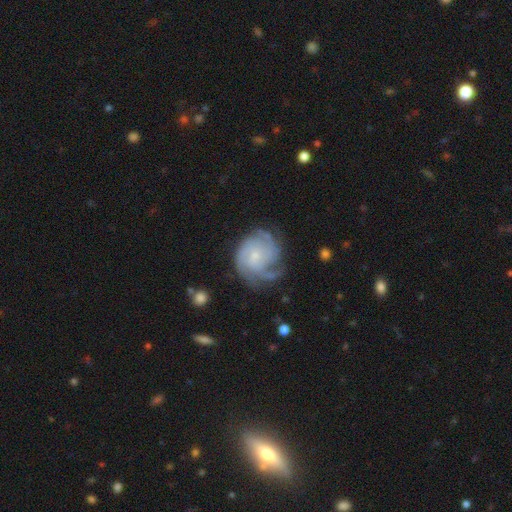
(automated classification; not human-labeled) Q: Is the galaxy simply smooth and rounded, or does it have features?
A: featured or disk — 80%.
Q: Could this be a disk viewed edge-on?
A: no — 98%.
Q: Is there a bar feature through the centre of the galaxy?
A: no — 72%.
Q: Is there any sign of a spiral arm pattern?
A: yes — 95%.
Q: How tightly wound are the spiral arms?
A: tight — 55%.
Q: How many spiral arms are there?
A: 3 — 31%.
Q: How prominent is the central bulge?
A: small — 75%.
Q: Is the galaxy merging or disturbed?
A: none — 58%.